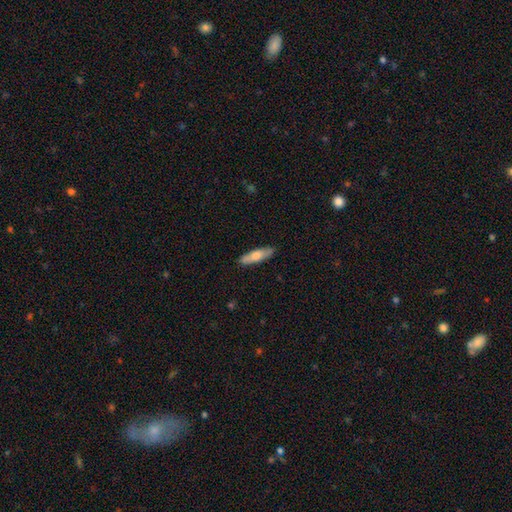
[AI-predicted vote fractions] Smooth or featured: smooth — 70% (featured or disk — 25%)
How rounded: cigar-shaped — 71% (in between — 27%)
Merging: none — 88% (minor disturbance — 9%)